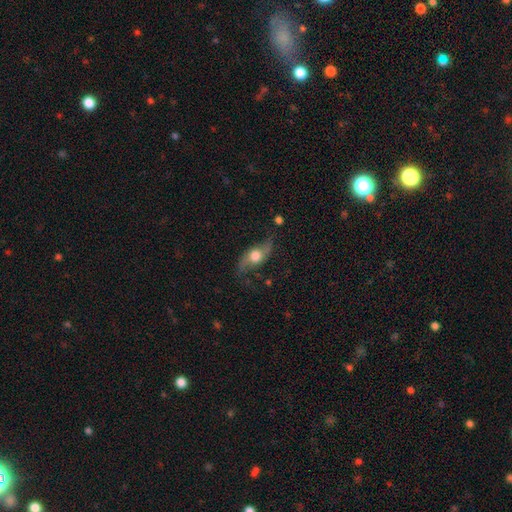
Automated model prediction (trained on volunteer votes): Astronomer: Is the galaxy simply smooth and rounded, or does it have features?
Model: featured or disk — 66%.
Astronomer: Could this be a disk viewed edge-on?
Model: no — 75%.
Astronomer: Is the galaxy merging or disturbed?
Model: none — 64%.